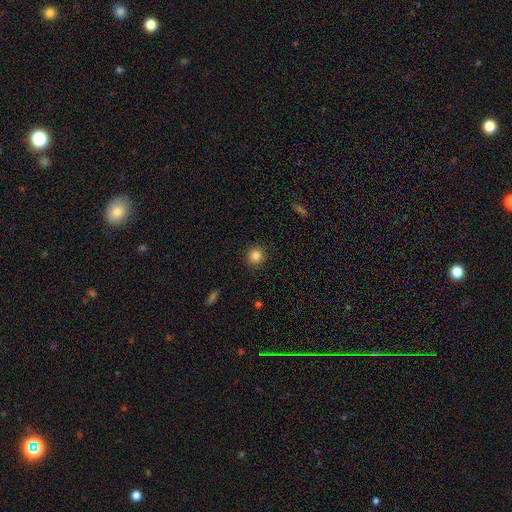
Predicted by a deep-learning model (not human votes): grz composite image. It shows a smooth galaxy with no disk features (85%) that is round (93%). Merging: none (91%).